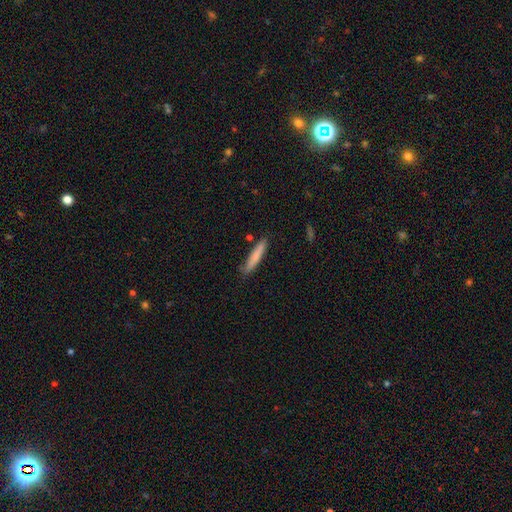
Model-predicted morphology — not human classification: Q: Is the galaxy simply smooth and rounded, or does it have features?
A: smooth — 79%.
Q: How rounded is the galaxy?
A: cigar-shaped — 92%.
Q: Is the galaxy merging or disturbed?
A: none — 79%.